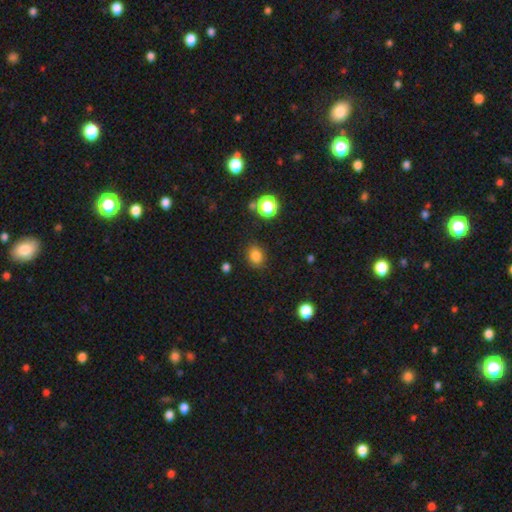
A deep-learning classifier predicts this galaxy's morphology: Smooth or featured? Predicted: smooth (p=0.82). How rounded? Predicted: round (p=0.58). Merging? Predicted: none (p=0.84).